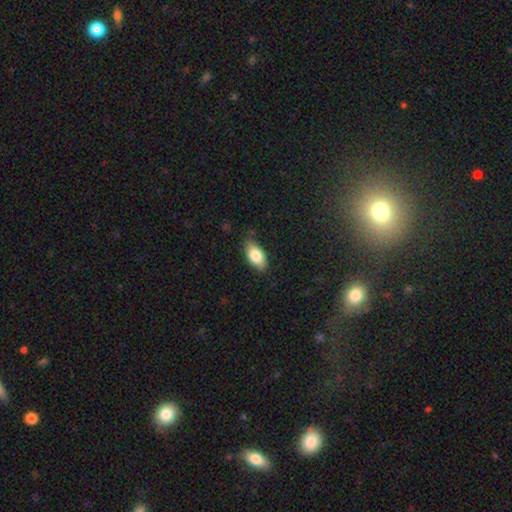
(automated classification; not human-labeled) Smooth or featured? smooth (81%)
How rounded? in between (91%)
Merging? none (81%)